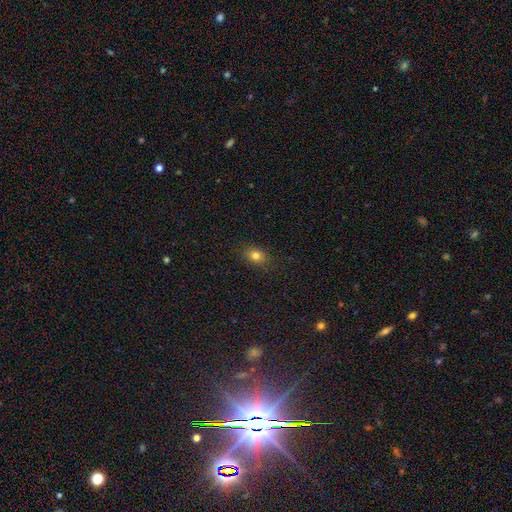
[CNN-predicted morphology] type=smooth (80%); roundness=in between (60%); merging=none (86%).